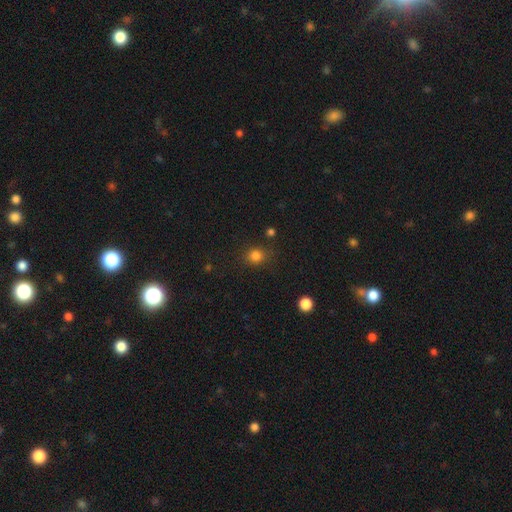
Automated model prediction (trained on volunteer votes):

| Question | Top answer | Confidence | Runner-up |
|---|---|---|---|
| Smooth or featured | smooth | 82% | star or artifact (14%) |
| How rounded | round | 79% | in between (20%) |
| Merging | none | 81% | minor disturbance (12%) |